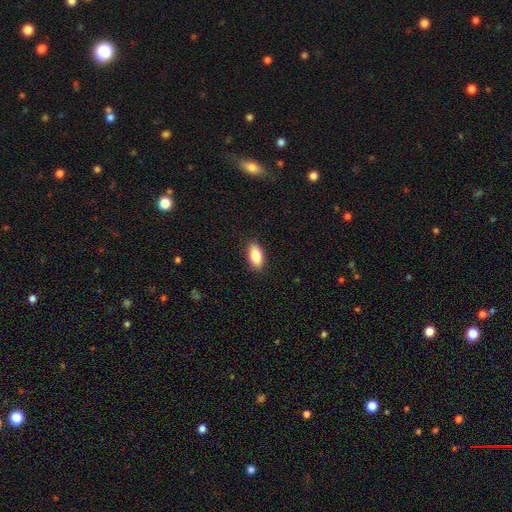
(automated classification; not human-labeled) A smooth galaxy with no disk features (85%) that is in between round and cigar-shaped (89%).

Vote fractions:
- Smooth or featured? smooth: 85% / featured or disk: 8% / star or artifact: 7%
- How rounded? in between: 89% / cigar-shaped: 7% / round: 4%
- Merging? none: 88% / minor disturbance: 9% / major disturbance: 2% / merger: 1%